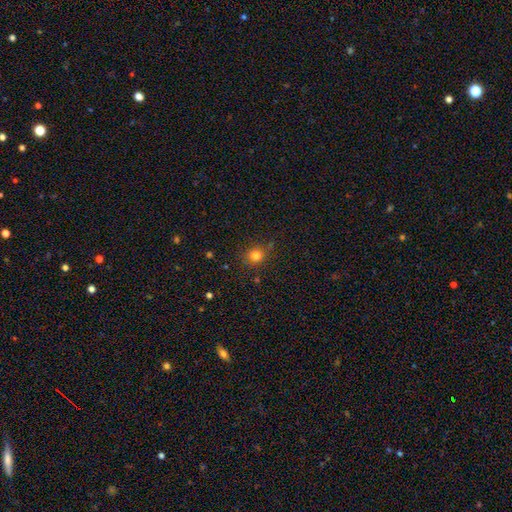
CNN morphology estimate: smooth-or-featured: smooth: 80% | star or artifact: 14% | featured or disk: 6%
  how-rounded: round: 86% | in between: 14% | cigar-shaped: 1%
  merging: none: 81% | minor disturbance: 12% | major disturbance: 4% | merger: 3%